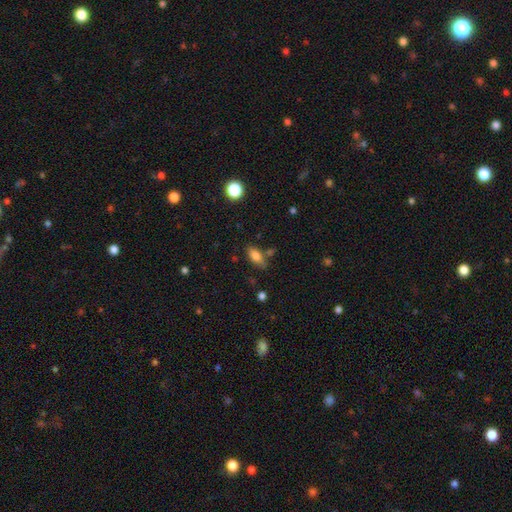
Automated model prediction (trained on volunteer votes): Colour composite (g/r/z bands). It shows a smooth galaxy with no disk features (81%) that is in between round and cigar-shaped (86%). Merging: none (72%).